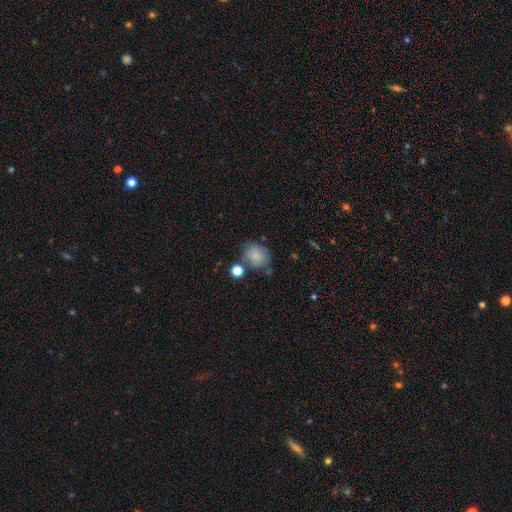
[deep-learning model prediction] Smooth or featured: smooth — 81% (star or artifact — 9%)
How rounded: round — 67% (in between — 32%)
Merging: none — 63% (minor disturbance — 19%)